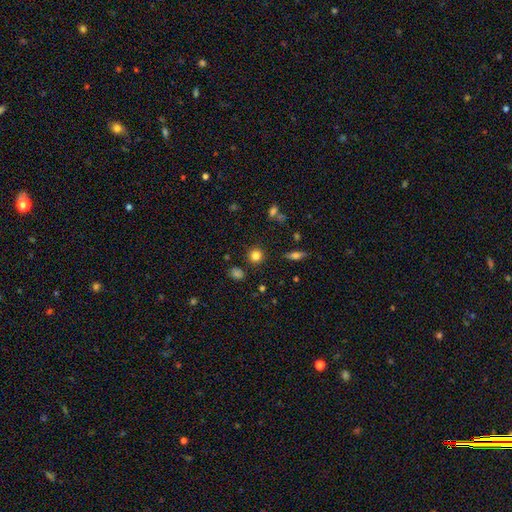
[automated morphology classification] This is clearly a smooth galaxy (82%). How rounded: clearly round (91%). Merging: clearly none (88%).